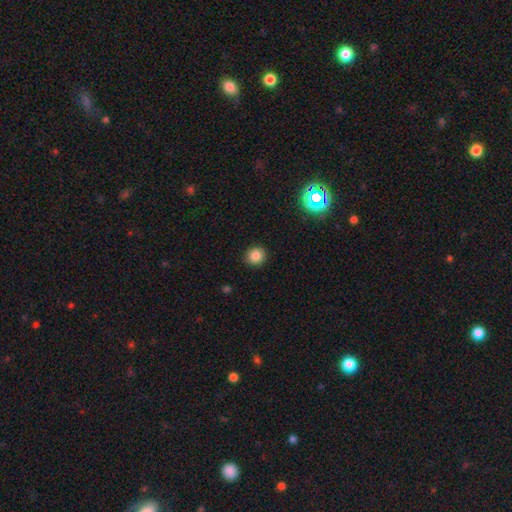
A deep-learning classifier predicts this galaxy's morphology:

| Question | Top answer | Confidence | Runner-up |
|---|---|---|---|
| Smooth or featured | smooth | 83% | star or artifact (12%) |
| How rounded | round | 90% | in between (9%) |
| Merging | none | 91% | minor disturbance (6%) |